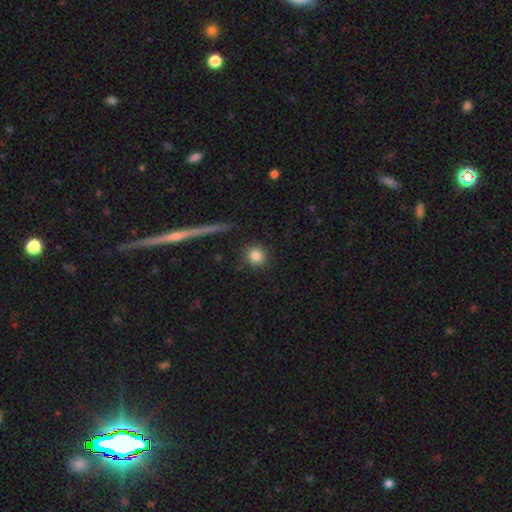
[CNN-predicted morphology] Overall: smooth (83%). How rounded: round (91%). Merging: none (86%).